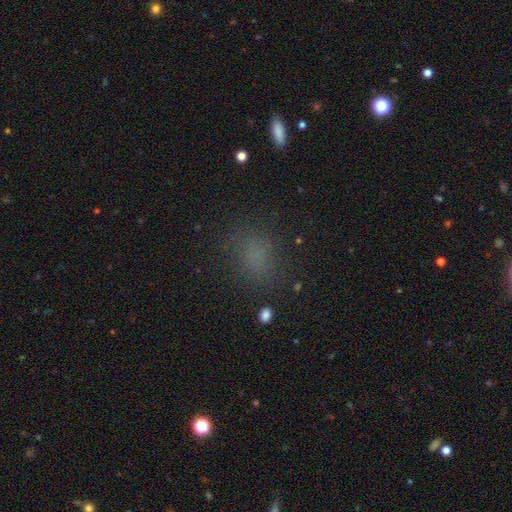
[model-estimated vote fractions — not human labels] Q: Smooth or featured?
A: smooth (72%); runner-up: star or artifact (21%)
Q: How rounded?
A: round (50%); runner-up: in between (47%)
Q: Merging?
A: none (80%); runner-up: minor disturbance (12%)